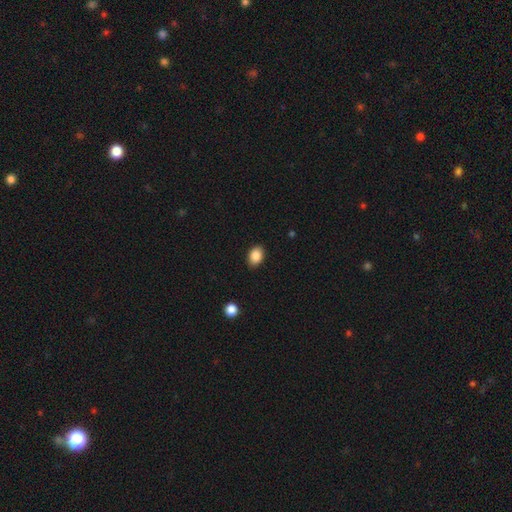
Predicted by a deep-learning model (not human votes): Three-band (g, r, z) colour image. It shows a smooth galaxy with no disk features (87%) that is in between round and cigar-shaped (79%). Merging: none (88%).